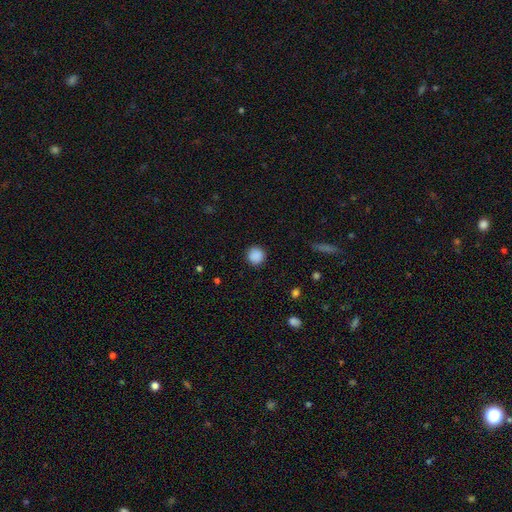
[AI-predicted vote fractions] Smooth or featured? Predicted: smooth (p=0.89). How rounded? Predicted: round (p=0.95). Merging? Predicted: none (p=0.91).